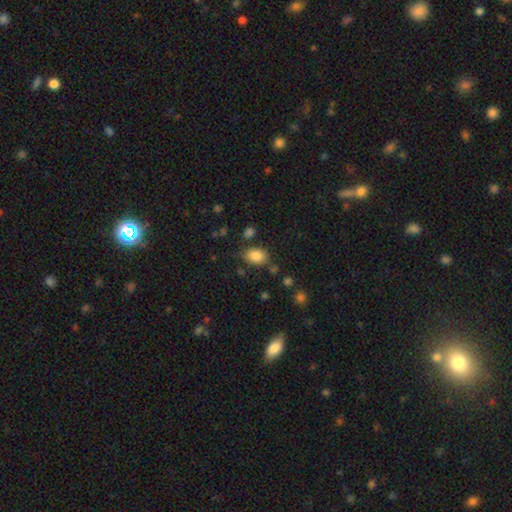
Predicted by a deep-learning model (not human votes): This is clearly a smooth galaxy (84%). How rounded: likely in between (72%). Merging: likely none (71%).